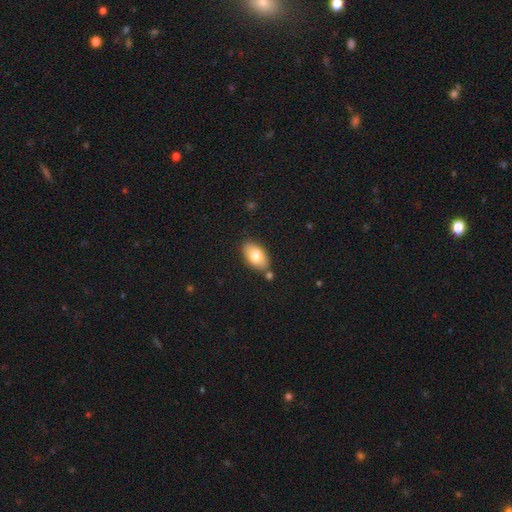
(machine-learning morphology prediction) This is likely a smooth galaxy (75%). How rounded: clearly in between (92%). Merging: likely none (78%).